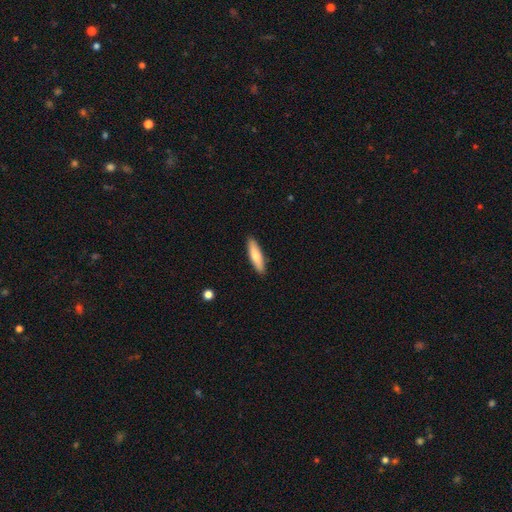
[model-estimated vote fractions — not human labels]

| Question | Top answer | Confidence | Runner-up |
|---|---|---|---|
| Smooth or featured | smooth | 73% | featured or disk (22%) |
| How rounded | cigar-shaped | 70% | in between (28%) |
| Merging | none | 90% | minor disturbance (7%) |